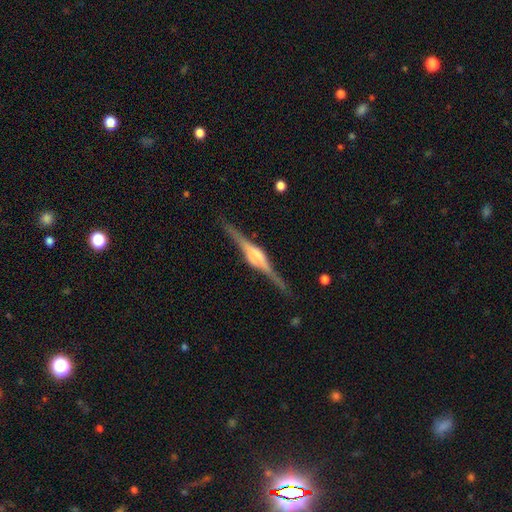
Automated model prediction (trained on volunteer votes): Q: Smooth or featured?
A: featured or disk (87%); runner-up: smooth (7%)
Q: Edge-on disk?
A: yes (98%); runner-up: no (2%)
Q: Edge-on bulge?
A: rounded (74%); runner-up: boxy (23%)
Q: Merging?
A: none (86%); runner-up: minor disturbance (10%)